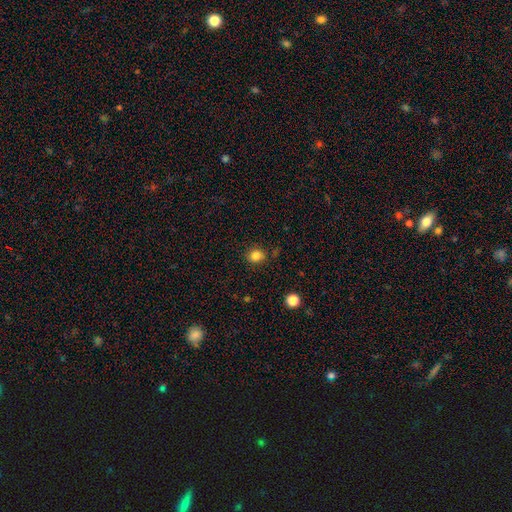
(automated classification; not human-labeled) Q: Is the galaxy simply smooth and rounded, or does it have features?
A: smooth — 83%.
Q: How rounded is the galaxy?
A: round — 78%.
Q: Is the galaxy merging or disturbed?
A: none — 82%.